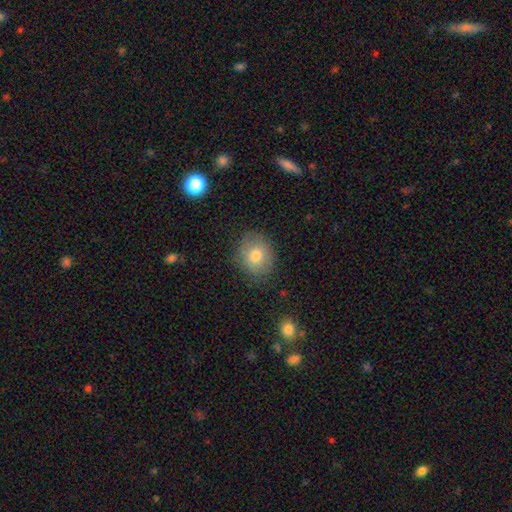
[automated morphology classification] Smooth or featured: smooth — 77% (featured or disk — 13%)
How rounded: round — 68% (in between — 31%)
Merging: none — 82% (minor disturbance — 13%)